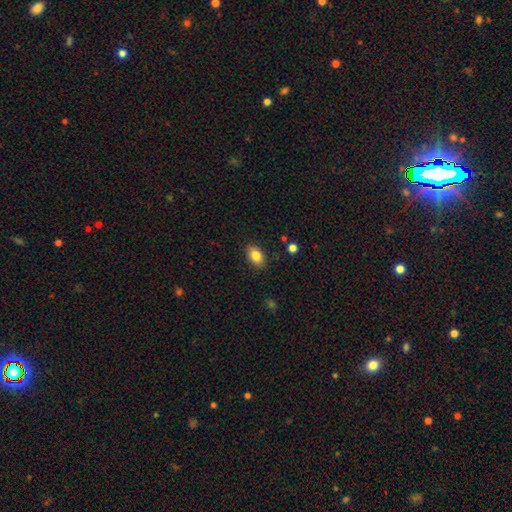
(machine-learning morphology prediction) Overall: smooth (83%). How rounded: in between (85%). Merging: none (86%).